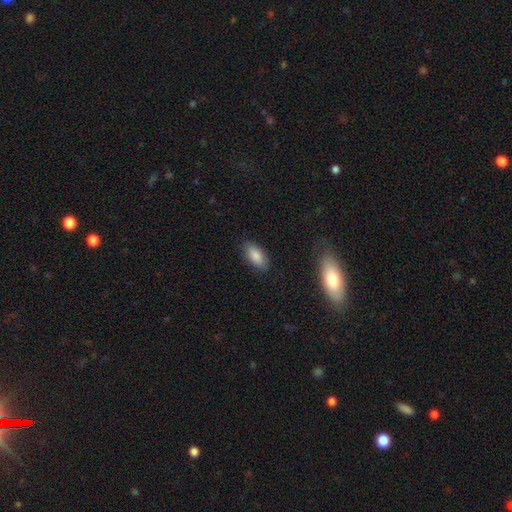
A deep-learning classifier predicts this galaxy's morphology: A smooth galaxy with no disk features (87%) that is in between round and cigar-shaped (90%). Merging: none (85%).